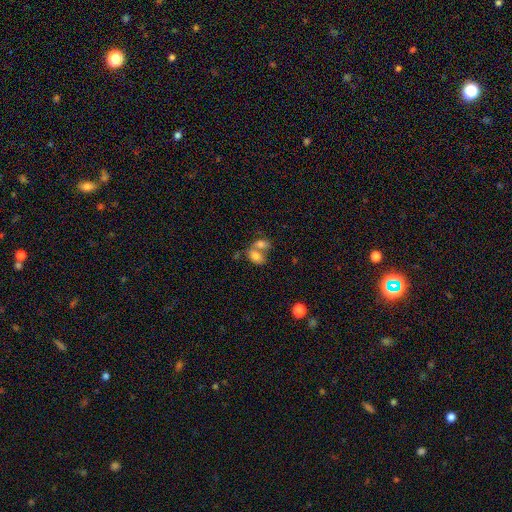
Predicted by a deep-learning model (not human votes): This appears to be a smooth galaxy with no disk features (77%) that is in between round and cigar-shaped (81%). Merging: merger (62%).